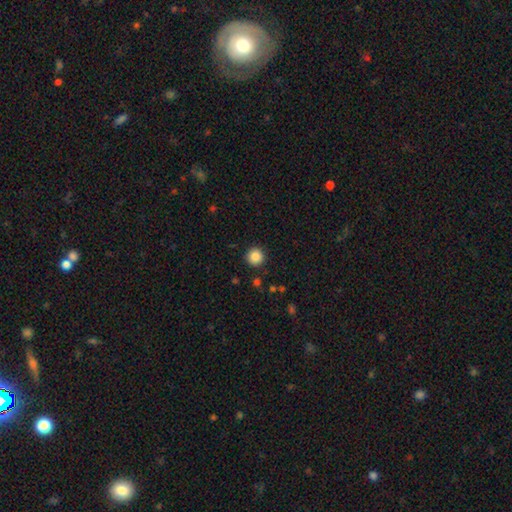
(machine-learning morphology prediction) smooth 87%, star or artifact 10%, featured or disk 3%. Down the decision tree: how rounded — round (95%); merging — none (91%).